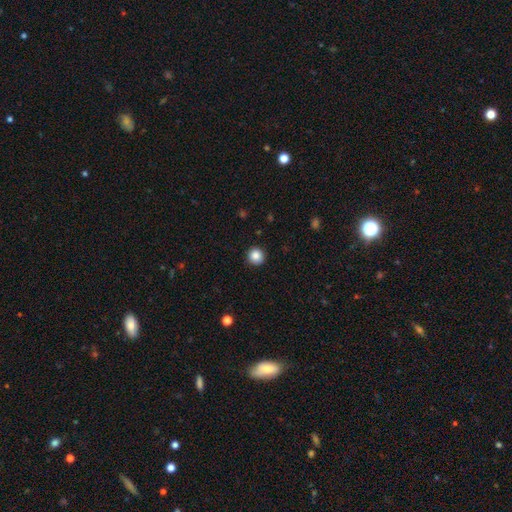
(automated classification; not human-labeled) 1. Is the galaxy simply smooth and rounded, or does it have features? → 87% smooth, 10% star or artifact, 4% featured or disk.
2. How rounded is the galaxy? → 95% round, 4% in between, 1% cigar-shaped.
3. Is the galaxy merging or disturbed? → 92% none, 5% minor disturbance, 2% major disturbance, 1% merger.